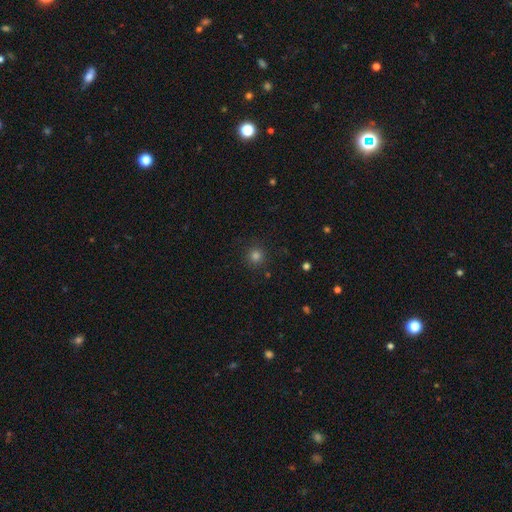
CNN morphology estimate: Smooth or featured: smooth — 78% (star or artifact — 17%)
How rounded: round — 94% (in between — 5%)
Merging: none — 90% (minor disturbance — 6%)